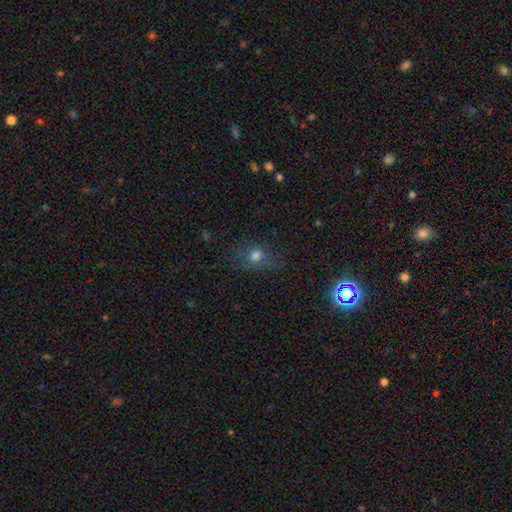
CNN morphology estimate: Smooth or featured: smooth — 65% (star or artifact — 21%)
How rounded: round — 58% (in between — 39%)
Merging: none — 70% (minor disturbance — 18%)